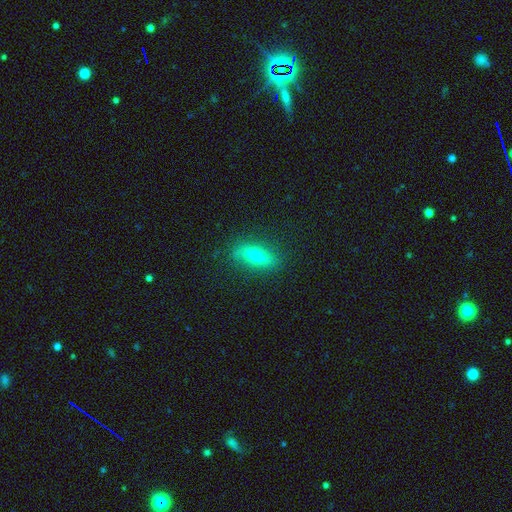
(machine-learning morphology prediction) A smooth galaxy with no disk features (67%) that is in between round and cigar-shaped (60%).

Vote fractions:
- Smooth or featured? smooth: 67% / featured or disk: 24% / star or artifact: 9%
- How rounded? in between: 60% / cigar-shaped: 36% / round: 5%
- Merging? none: 83% / minor disturbance: 12% / major disturbance: 4% / merger: 1%